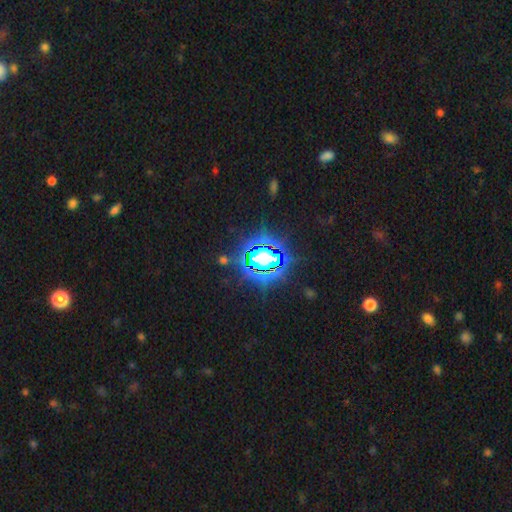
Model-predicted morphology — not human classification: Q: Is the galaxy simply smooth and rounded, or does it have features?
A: star or artifact — 73%.